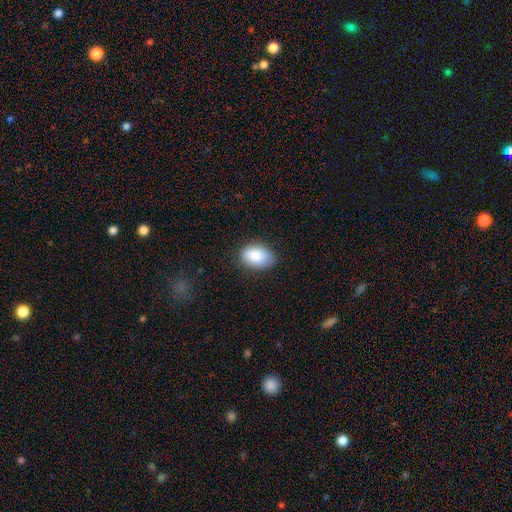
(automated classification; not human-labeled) Smooth or featured?
  - smooth: 85% *
  - featured or disk: 8%
  - star or artifact: 7%
How rounded?
  - in between: 86% *
  - round: 12%
  - cigar-shaped: 1%
Merging?
  - none: 81% *
  - minor disturbance: 15%
  - major disturbance: 3%
  - merger: 1%